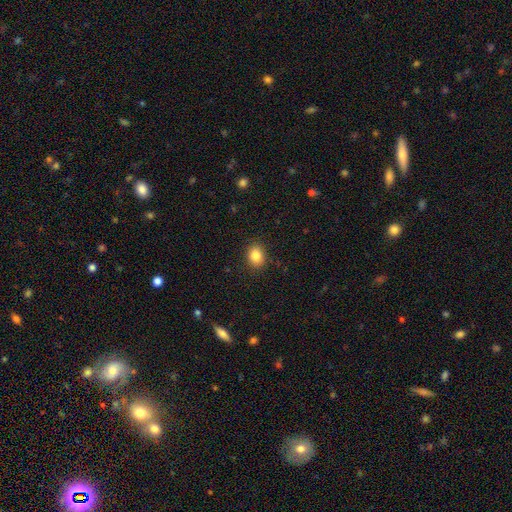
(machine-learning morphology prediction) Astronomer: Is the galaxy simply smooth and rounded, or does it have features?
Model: smooth — 85%.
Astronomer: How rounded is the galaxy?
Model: in between — 56% (runner-up: round, 43%).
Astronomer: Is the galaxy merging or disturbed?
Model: none — 88%.